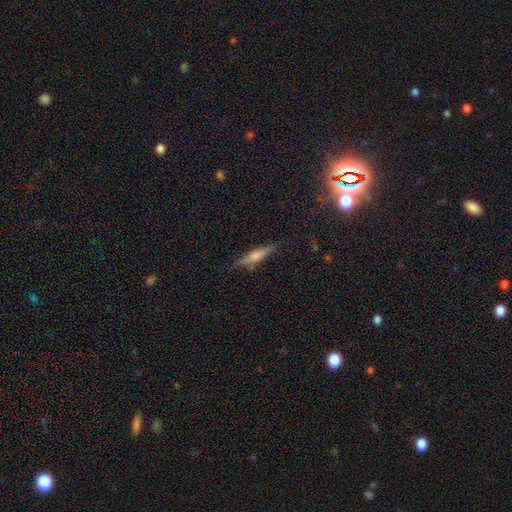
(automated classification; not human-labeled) A featured or disk galaxy (50%).

Vote fractions:
- Smooth or featured? featured or disk: 50% / smooth: 33% / star or artifact: 17%
- Merging? none: 85% / minor disturbance: 11% / major disturbance: 2% / merger: 2%